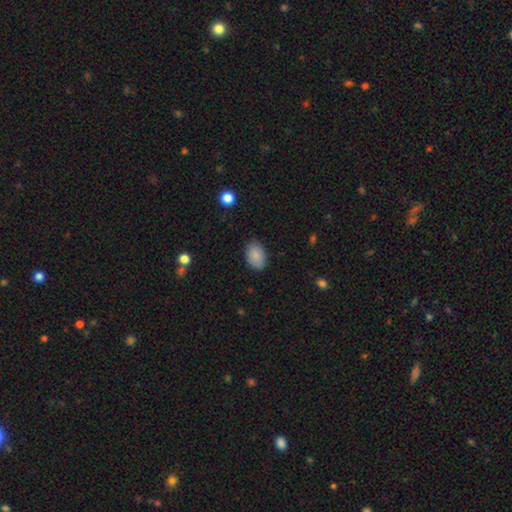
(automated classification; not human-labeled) Smooth or featured: smooth — 87% (star or artifact — 7%)
How rounded: in between — 86% (round — 13%)
Merging: none — 81% (minor disturbance — 15%)